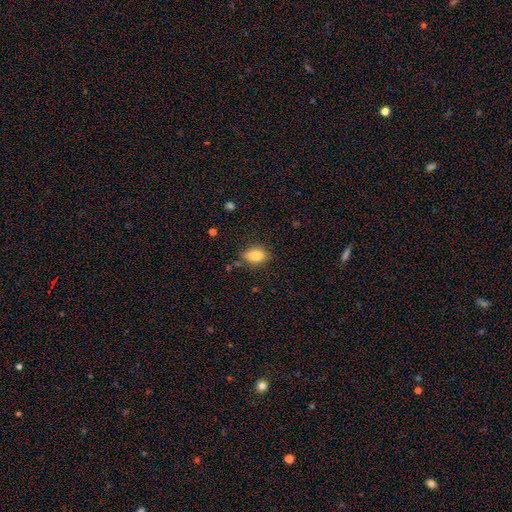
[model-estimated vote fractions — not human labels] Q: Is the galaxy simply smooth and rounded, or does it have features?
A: smooth — 84%.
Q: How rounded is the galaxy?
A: in between — 79%.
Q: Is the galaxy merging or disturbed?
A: none — 73%.